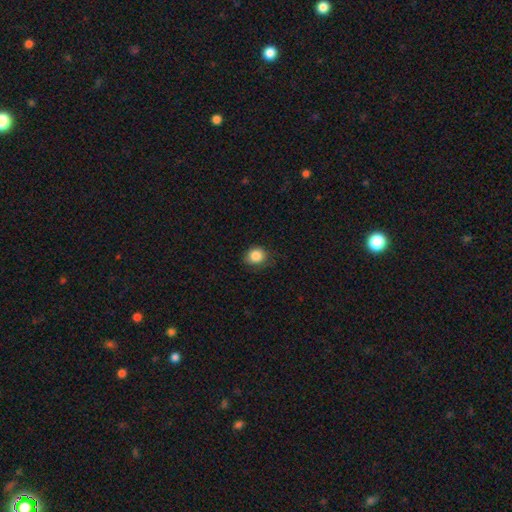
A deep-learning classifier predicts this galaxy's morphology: Smooth or featured? Predicted: smooth (p=0.86). How rounded? Predicted: round (p=0.76). Merging? Predicted: none (p=0.78).